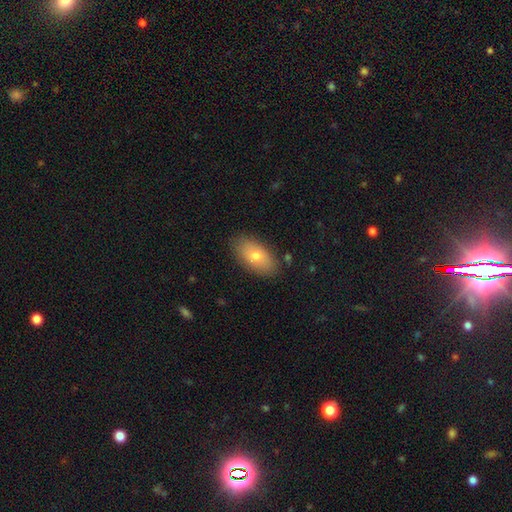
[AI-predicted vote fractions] Overall: smooth (71%). How rounded: in between (92%). Merging: none (85%).